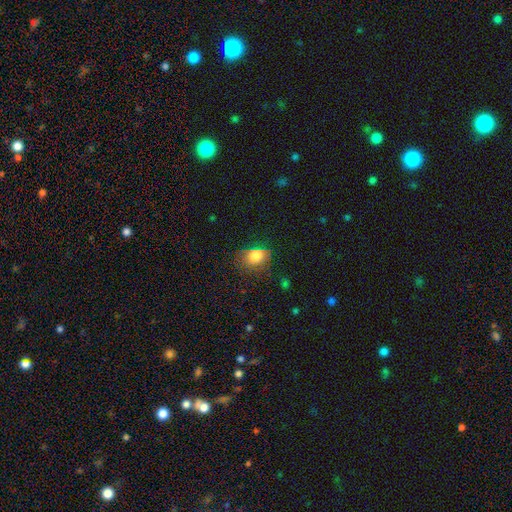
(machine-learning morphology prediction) A smooth galaxy with no disk features (80%) that is in between round and cigar-shaped (69%). Merging: none (58%).